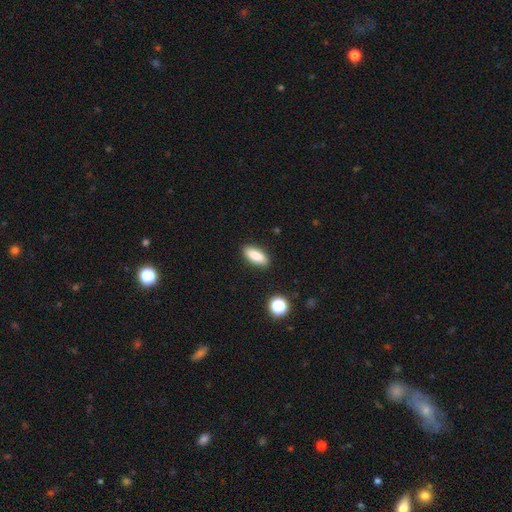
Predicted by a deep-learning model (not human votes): Overall: smooth (84%). How rounded: in between (74%). Merging: none (88%).